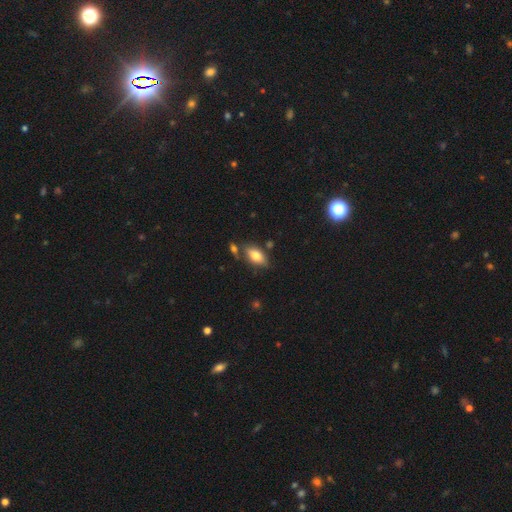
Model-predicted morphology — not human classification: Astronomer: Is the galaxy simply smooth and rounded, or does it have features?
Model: smooth — 76%.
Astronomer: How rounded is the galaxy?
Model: in between — 89%.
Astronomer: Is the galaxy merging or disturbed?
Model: none — 69%.